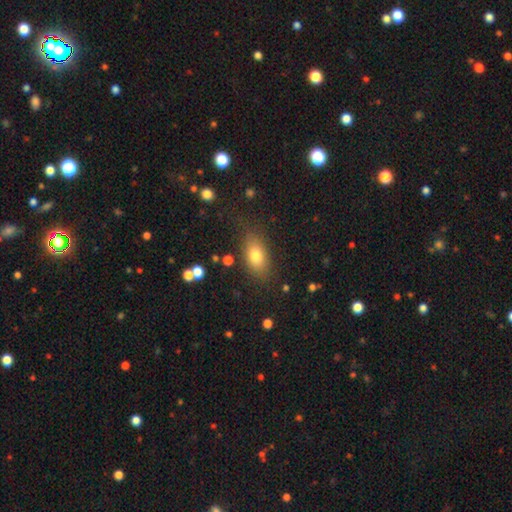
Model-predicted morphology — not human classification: This is likely a smooth galaxy (77%). How rounded: clearly in between (83%). Merging: likely none (77%).